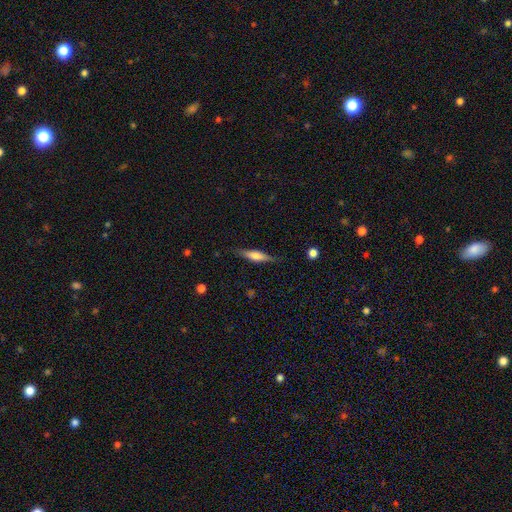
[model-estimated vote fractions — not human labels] Morphology: type=featured or disk (47%); merging=none (85%).